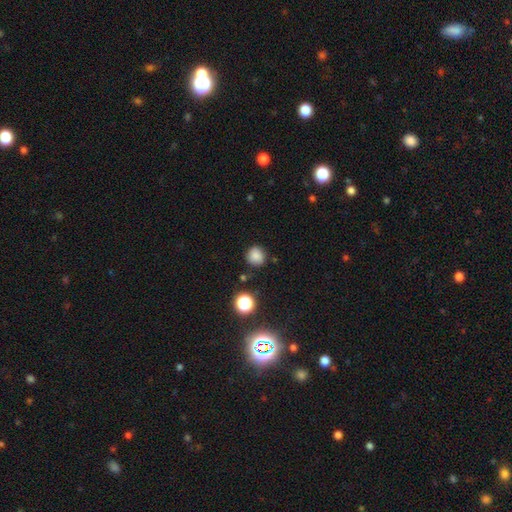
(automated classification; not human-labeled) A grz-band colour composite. It shows a smooth galaxy with no disk features (82%) that is round (88%). Merging: none (82%).